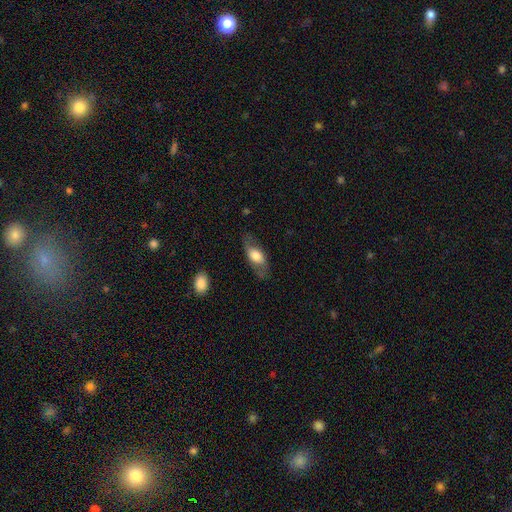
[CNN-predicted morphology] Overall: smooth (56%; featured or disk 38%). How rounded: in between (80%). Merging: none (70%).